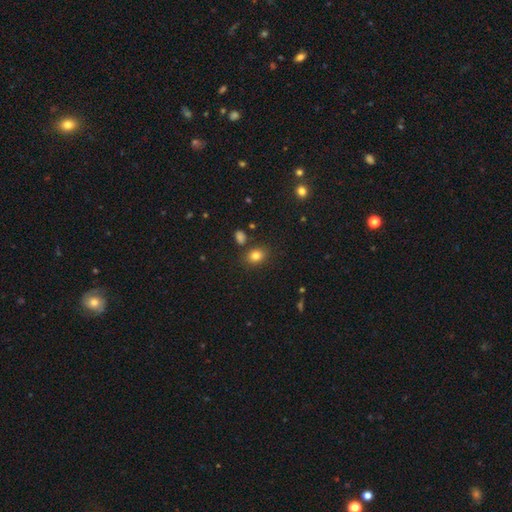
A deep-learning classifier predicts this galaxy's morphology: smooth-or-featured: smooth: 82% | star or artifact: 12% | featured or disk: 6%
  how-rounded: in between: 57% | round: 42% | cigar-shaped: 1%
  merging: none: 80% | minor disturbance: 11% | merger: 6% | major disturbance: 3%